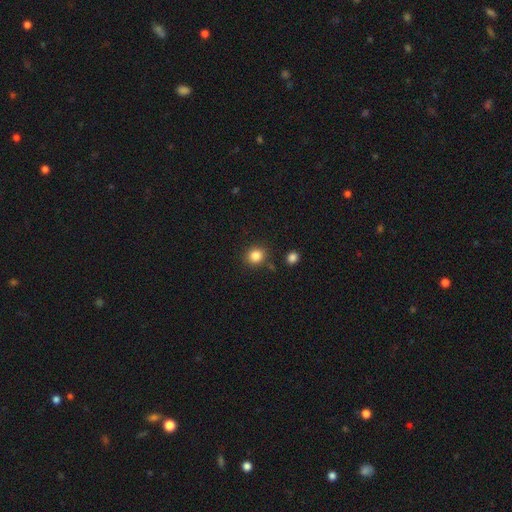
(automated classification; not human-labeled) This is clearly a smooth galaxy (85%). How rounded: clearly round (81%). Merging: clearly none (84%).